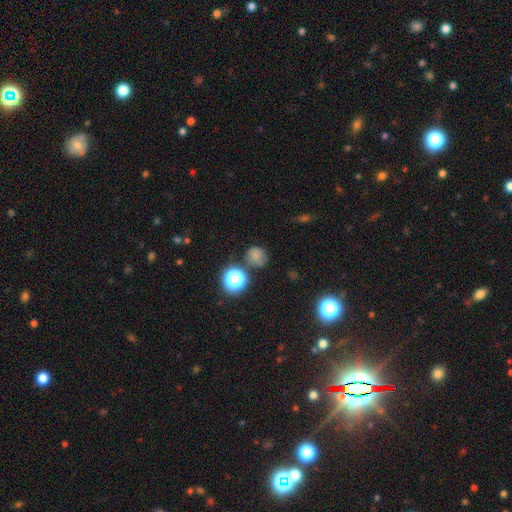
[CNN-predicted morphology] The model was most divided on "merging": none: 61%, minor disturbance: 21%, merger: 10%, major disturbance: 9%. More confident: how rounded — round (77%); smooth or featured — smooth (69%).